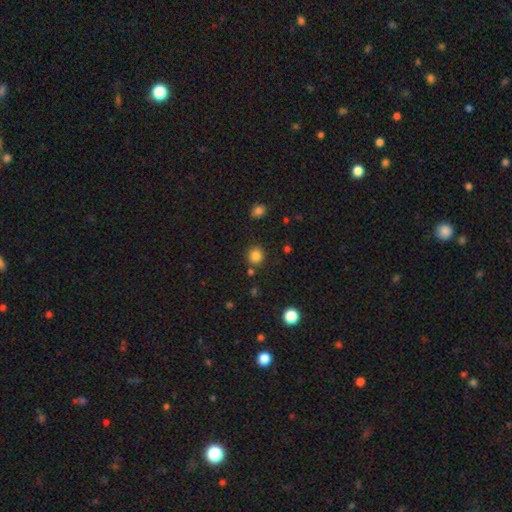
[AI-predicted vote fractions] Smooth or featured? smooth (83%)
How rounded? round (92%)
Merging? none (83%)